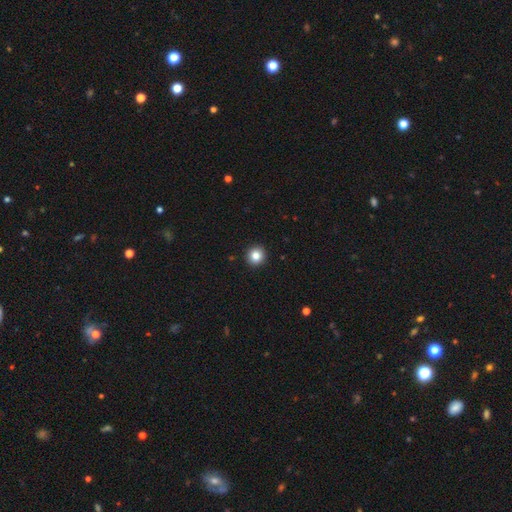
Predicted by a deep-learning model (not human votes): Smooth or featured?
  - smooth: 85% *
  - star or artifact: 10%
  - featured or disk: 5%
How rounded?
  - round: 94% *
  - in between: 5%
  - cigar-shaped: 1%
Merging?
  - none: 93% *
  - minor disturbance: 4%
  - major disturbance: 1%
  - merger: 1%